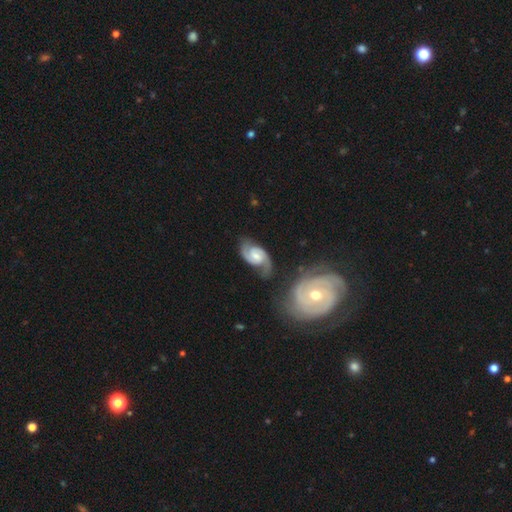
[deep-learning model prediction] Morphology: type=featured or disk (87%); edge-on=no (98%); bar=no (47%); spiral arms=yes (97%); winding=medium (54%); arm count=2 (92%); bulge=moderate (46%); merging=none (66%).